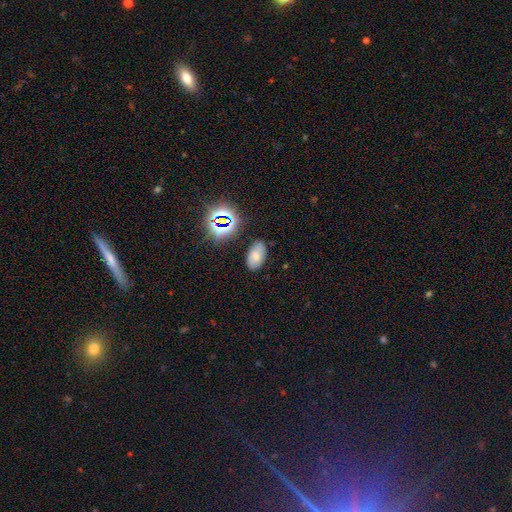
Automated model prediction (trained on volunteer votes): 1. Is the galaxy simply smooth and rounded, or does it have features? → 66% smooth, 19% star or artifact, 15% featured or disk.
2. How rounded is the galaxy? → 93% in between, 6% round, 1% cigar-shaped.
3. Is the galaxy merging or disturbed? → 79% none, 15% minor disturbance, 4% major disturbance, 2% merger.